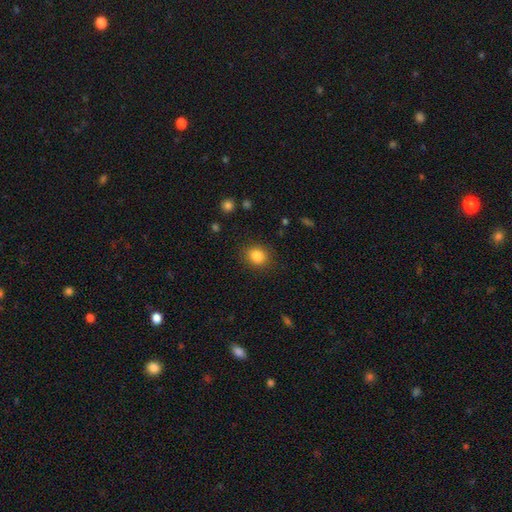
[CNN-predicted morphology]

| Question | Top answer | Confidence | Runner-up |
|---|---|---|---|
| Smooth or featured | smooth | 85% | star or artifact (10%) |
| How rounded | round | 75% | in between (24%) |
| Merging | none | 87% | minor disturbance (9%) |